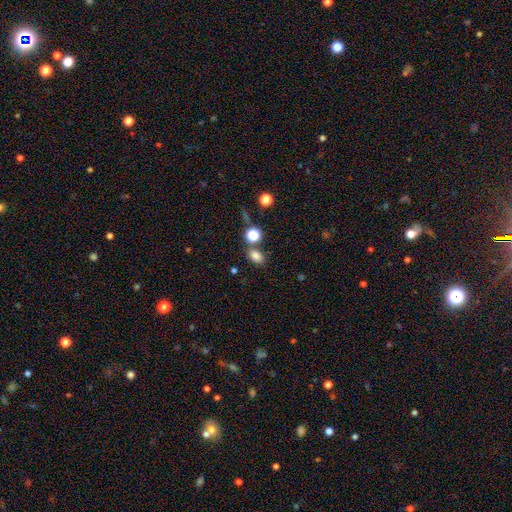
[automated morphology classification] Smooth or featured: smooth — 78% (star or artifact — 15%)
How rounded: in between — 69% (round — 29%)
Merging: none — 71% (merger — 14%)